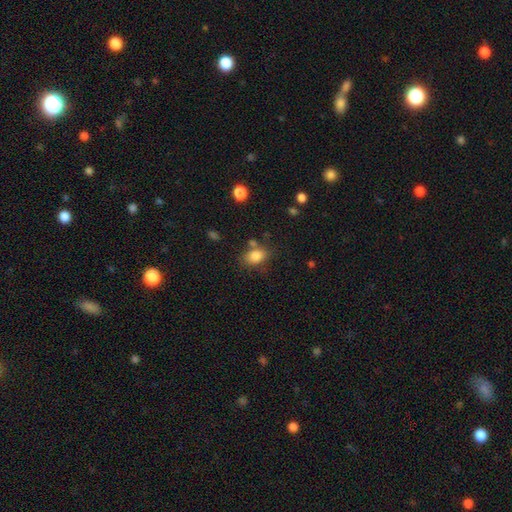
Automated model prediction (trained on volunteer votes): The model was most divided on "merging": none: 66%, minor disturbance: 16%, merger: 12%, major disturbance: 6%. More confident: smooth or featured — smooth (84%); how rounded — in between (75%).